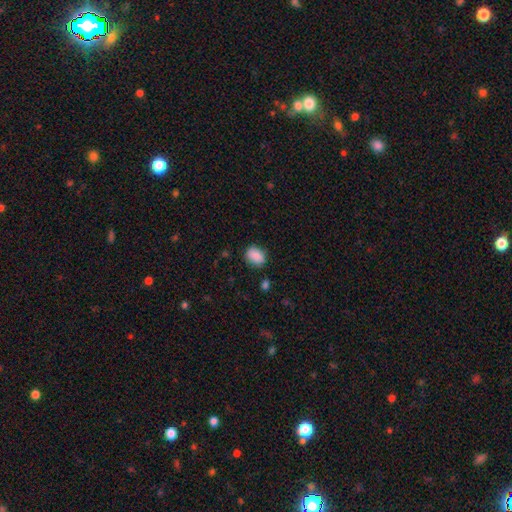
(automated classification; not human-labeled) Smooth or featured?
  - smooth: 86% *
  - star or artifact: 8%
  - featured or disk: 6%
How rounded?
  - in between: 65% *
  - round: 34%
  - cigar-shaped: 1%
Merging?
  - none: 80% *
  - minor disturbance: 15%
  - major disturbance: 3%
  - merger: 2%